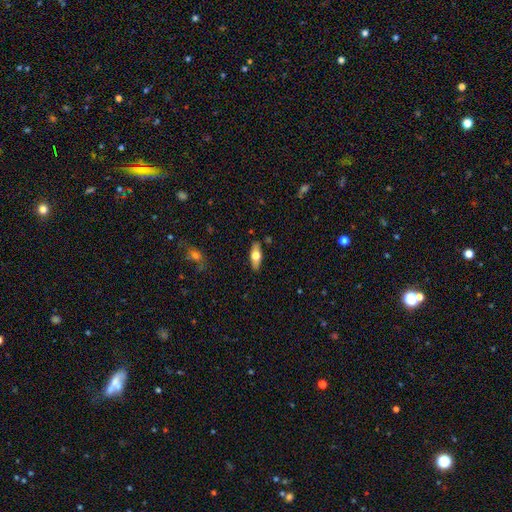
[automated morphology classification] This appears to be a smooth galaxy with no disk features (50%) that is in between round and cigar-shaped (63%). Merging: none (86%).